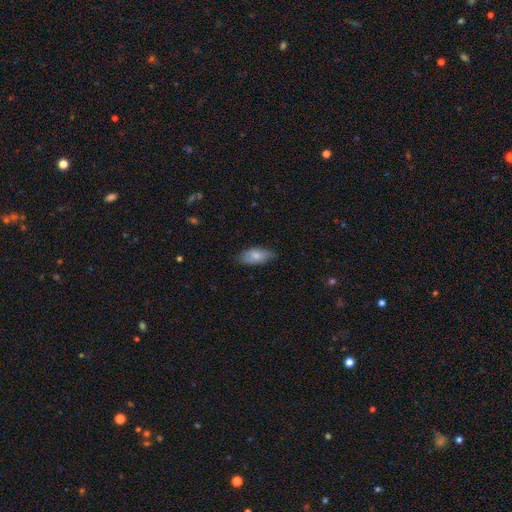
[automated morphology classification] This appears to be a smooth galaxy with no disk features (78%) that is in between round and cigar-shaped (89%). Merging: none (75%).